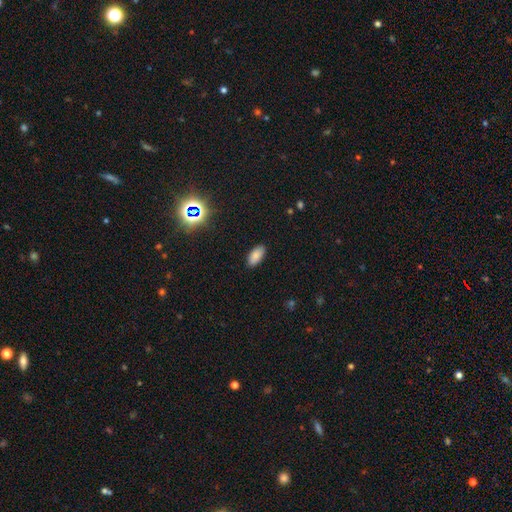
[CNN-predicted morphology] The model was most divided on "smooth or featured": smooth: 83%, star or artifact: 11%, featured or disk: 6%. More confident: how rounded — in between (93%); merging — none (89%).